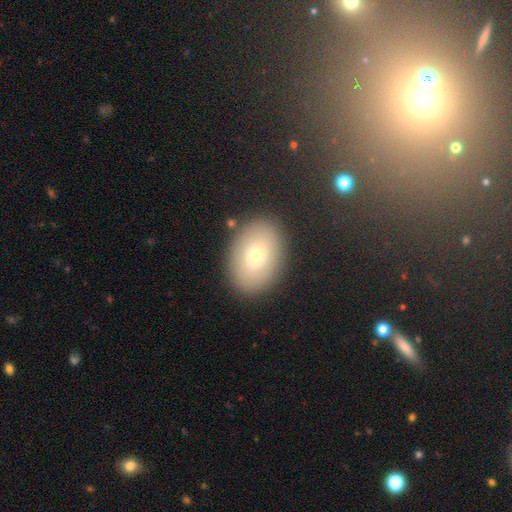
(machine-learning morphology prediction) smooth-or-featured: smooth: 70% | featured or disk: 20% | star or artifact: 10%
  how-rounded: in between: 74% | round: 25% | cigar-shaped: 1%
  merging: none: 85% | minor disturbance: 9% | major disturbance: 4% | merger: 2%